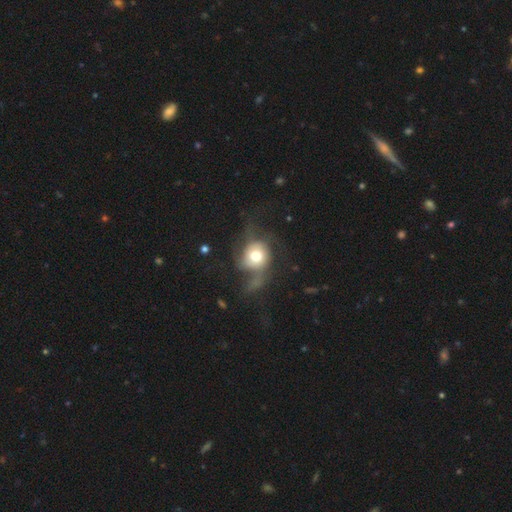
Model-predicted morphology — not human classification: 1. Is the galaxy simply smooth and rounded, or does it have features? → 50% smooth, 40% featured or disk, 10% star or artifact.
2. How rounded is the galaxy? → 73% round, 26% in between, 1% cigar-shaped.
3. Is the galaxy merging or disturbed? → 43% major disturbance, 32% none, 21% minor disturbance, 4% merger.